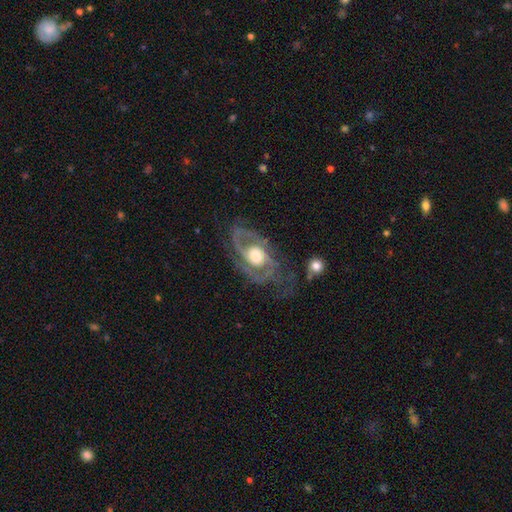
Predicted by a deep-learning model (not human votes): This appears to be a featured or disk galaxy (87%) with no bar (64%), 2 (62%) medium (48%) spiral arms (94%) and a moderate central bulge (60%). Merging: none (56%).